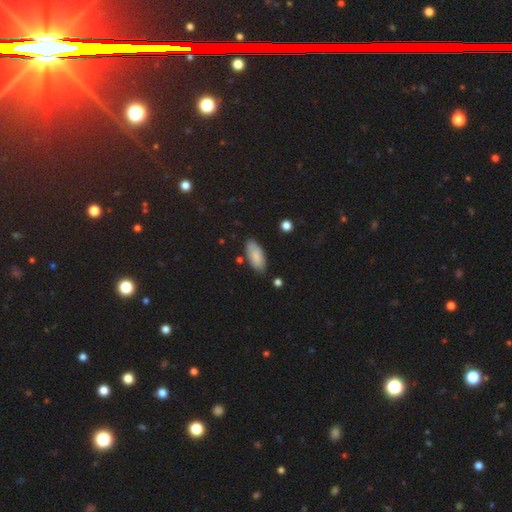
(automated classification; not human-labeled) Morphology: type=smooth (86%); roundness=in between (86%); merging=none (81%).